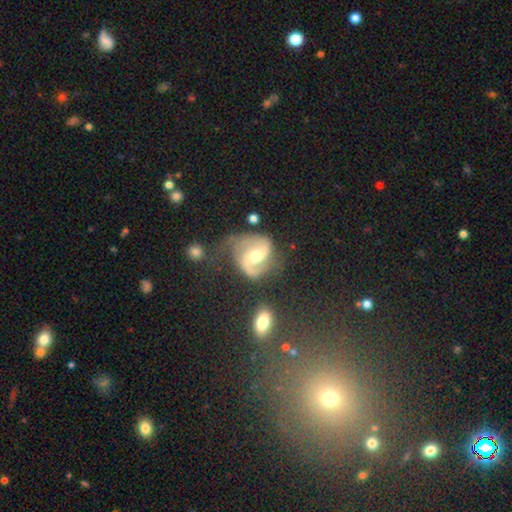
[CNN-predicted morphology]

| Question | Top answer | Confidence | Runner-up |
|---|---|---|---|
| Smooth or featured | featured or disk | 87% | smooth (8%) |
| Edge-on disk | no | 98% | yes (2%) |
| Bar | weak | 44% | no (34%) |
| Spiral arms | yes | 96% | no (4%) |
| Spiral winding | medium | 54% | loose (26%) |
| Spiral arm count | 2 | 91% | can't tell (3%) |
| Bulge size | moderate | 68% | small (25%) |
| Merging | none | 59% | minor disturbance (23%) |